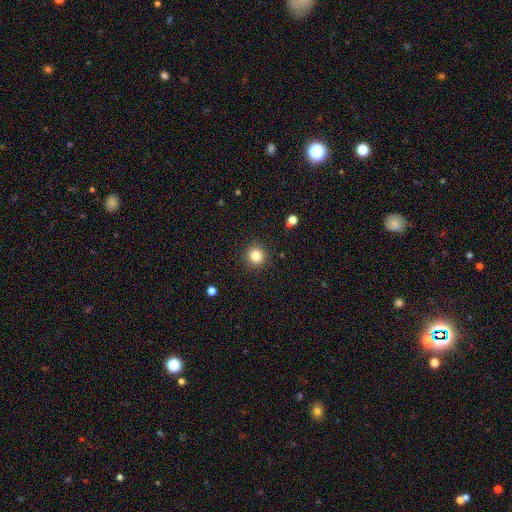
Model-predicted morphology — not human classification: Smooth or featured? Predicted: smooth (p=0.83). How rounded? Predicted: round (p=0.94). Merging? Predicted: none (p=0.91).